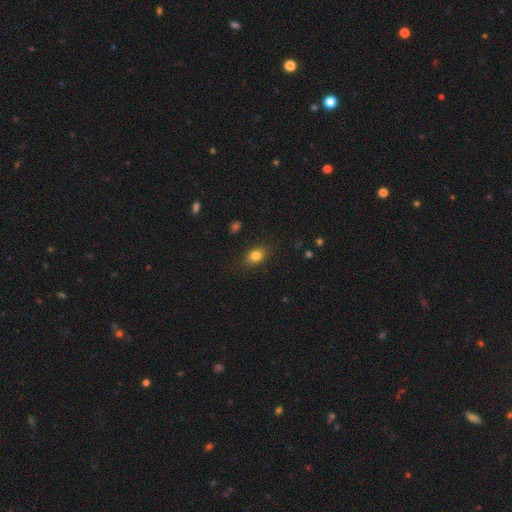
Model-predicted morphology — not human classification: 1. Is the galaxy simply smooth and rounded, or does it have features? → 81% smooth, 10% star or artifact, 9% featured or disk.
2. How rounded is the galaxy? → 69% in between, 29% round, 2% cigar-shaped.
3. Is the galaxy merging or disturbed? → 85% none, 11% minor disturbance, 3% major disturbance, 1% merger.